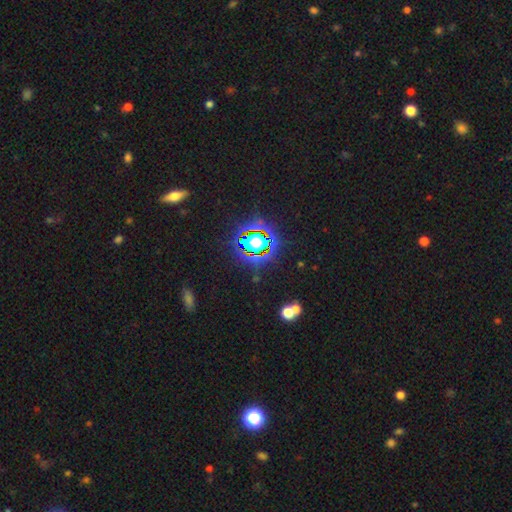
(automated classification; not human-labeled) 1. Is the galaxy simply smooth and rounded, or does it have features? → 80% star or artifact, 12% smooth, 8% featured or disk.